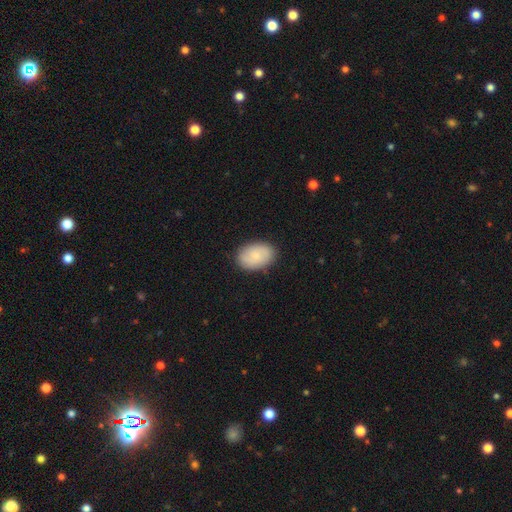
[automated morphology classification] A smooth galaxy with no disk features (79%) that is in between round and cigar-shaped (87%).

Vote fractions:
- Smooth or featured? smooth: 79% / featured or disk: 14% / star or artifact: 6%
- How rounded? in between: 87% / round: 12% / cigar-shaped: 1%
- Merging? none: 86% / minor disturbance: 10% / major disturbance: 2% / merger: 1%